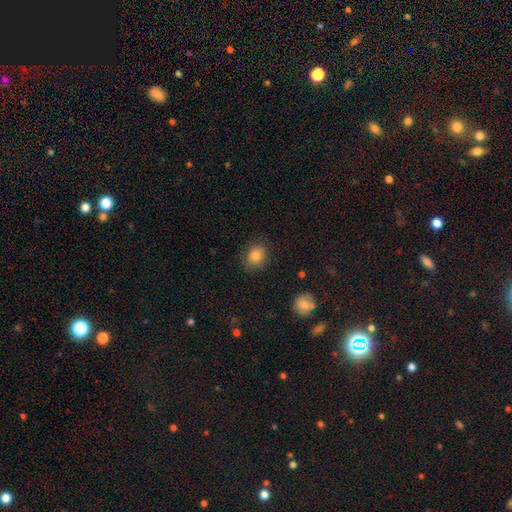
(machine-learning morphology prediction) Smooth or featured? Predicted: smooth (p=0.82). How rounded? Predicted: round (p=0.70). Merging? Predicted: none (p=0.85).